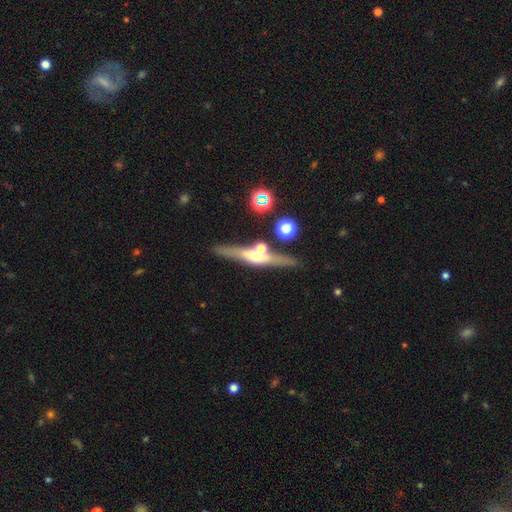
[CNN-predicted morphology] The model was most divided on "smooth or featured": featured or disk: 66%, smooth: 25%, star or artifact: 9%. More confident: edge-on disk — yes (92%); edge-on bulge — rounded (91%); merging — none (73%).